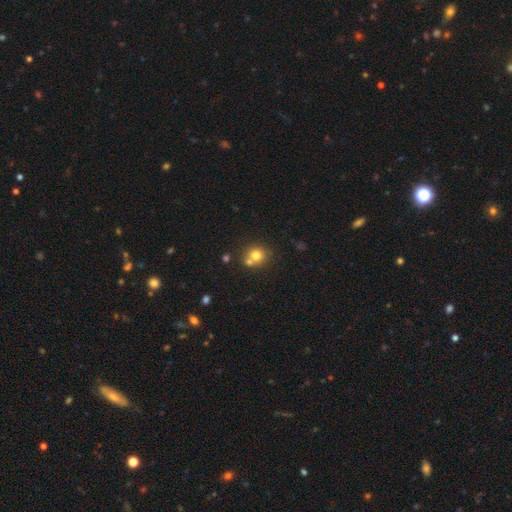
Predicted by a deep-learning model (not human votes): Smooth or featured? smooth (76%)
How rounded? round (84%)
Merging? none (54%)